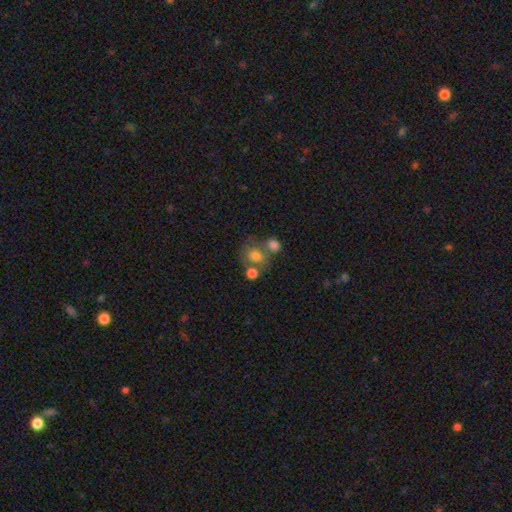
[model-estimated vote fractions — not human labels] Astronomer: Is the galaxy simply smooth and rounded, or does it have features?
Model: smooth — 52%.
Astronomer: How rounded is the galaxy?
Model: round — 72%.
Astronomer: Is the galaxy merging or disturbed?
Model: none — 51% (runner-up: merger, 33%).